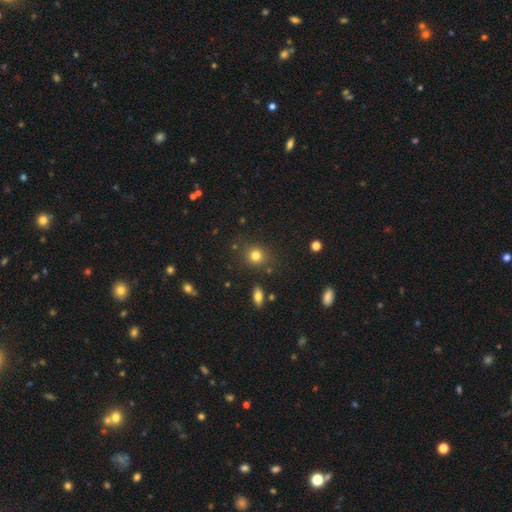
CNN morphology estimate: Smooth or featured?
  - smooth: 79% *
  - star or artifact: 14%
  - featured or disk: 7%
How rounded?
  - round: 82% *
  - in between: 17%
  - cigar-shaped: 1%
Merging?
  - none: 82% *
  - minor disturbance: 10%
  - merger: 4%
  - major disturbance: 3%